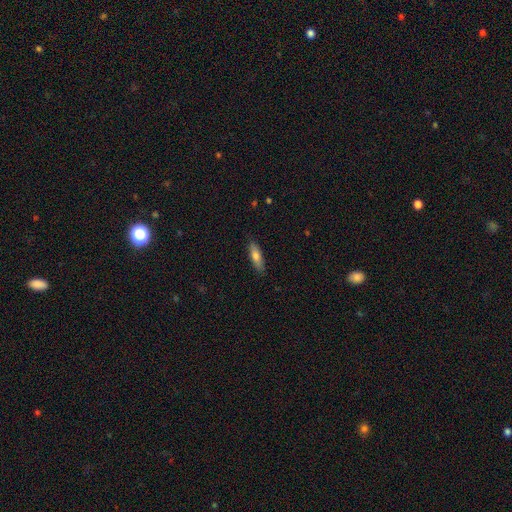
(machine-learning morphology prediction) Q: Smooth or featured?
A: smooth (72%); runner-up: featured or disk (22%)
Q: How rounded?
A: cigar-shaped (58%); runner-up: in between (40%)
Q: Merging?
A: none (86%); runner-up: minor disturbance (11%)